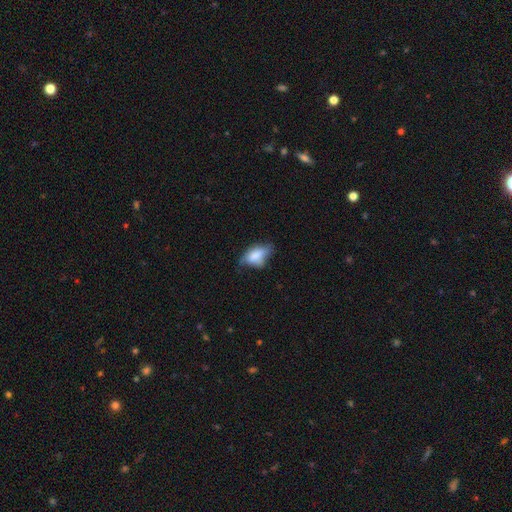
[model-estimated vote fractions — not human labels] This appears to be a smooth galaxy with no disk features (70%) that is in between round and cigar-shaped (87%). Merging: minor disturbance (39%).